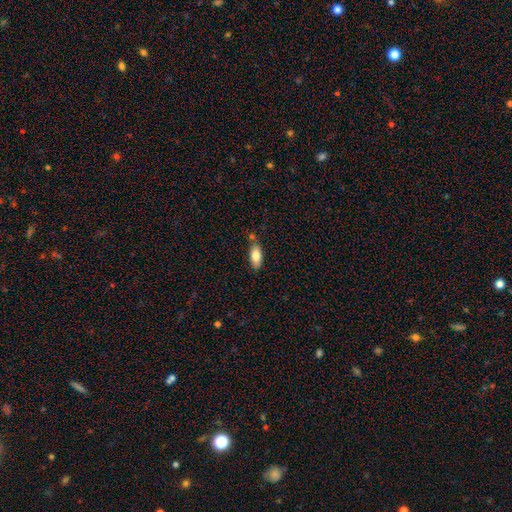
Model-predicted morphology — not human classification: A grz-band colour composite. It shows a smooth galaxy with no disk features (80%) that is in between round and cigar-shaped (84%). Merging: none (72%).